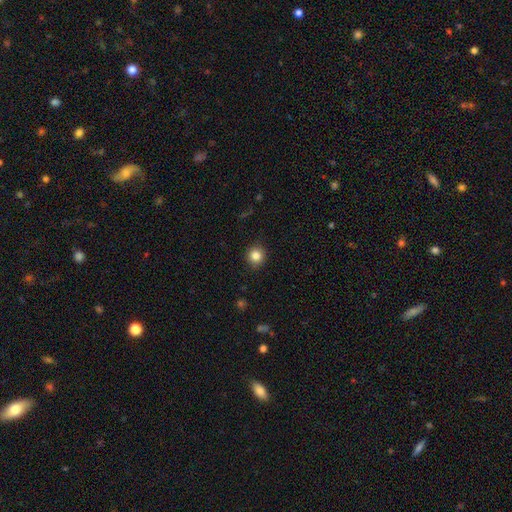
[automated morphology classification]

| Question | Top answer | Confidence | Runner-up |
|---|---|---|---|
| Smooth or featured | smooth | 84% | star or artifact (11%) |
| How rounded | round | 93% | in between (6%) |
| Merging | none | 91% | minor disturbance (6%) |